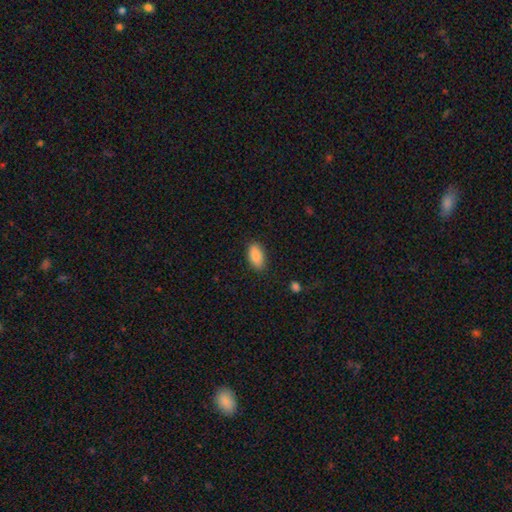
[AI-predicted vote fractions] This appears to be a smooth galaxy with no disk features (88%) that is in between round and cigar-shaped (91%). Merging: none (85%).